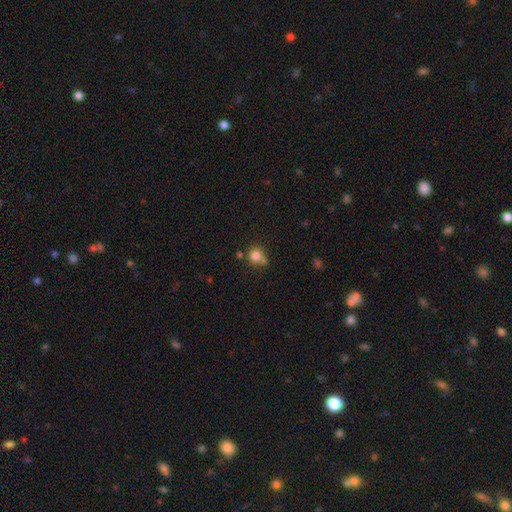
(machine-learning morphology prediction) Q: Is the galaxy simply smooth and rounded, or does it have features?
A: smooth — 80%.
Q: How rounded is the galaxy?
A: round — 89%.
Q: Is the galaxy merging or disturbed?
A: none — 60%.